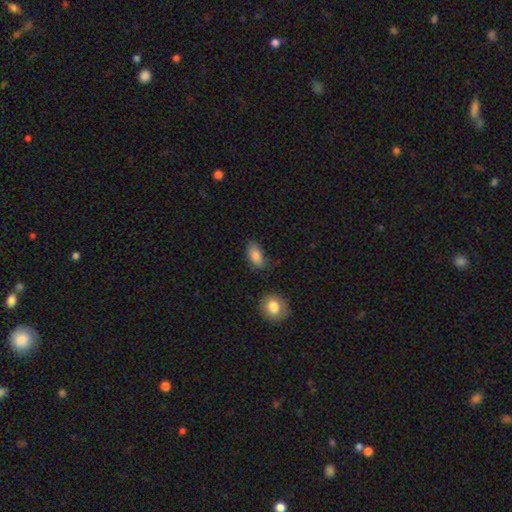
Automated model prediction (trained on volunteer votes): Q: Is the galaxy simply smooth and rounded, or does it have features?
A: smooth — 86%.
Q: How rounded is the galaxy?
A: in between — 91%.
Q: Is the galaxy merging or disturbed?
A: none — 72%.